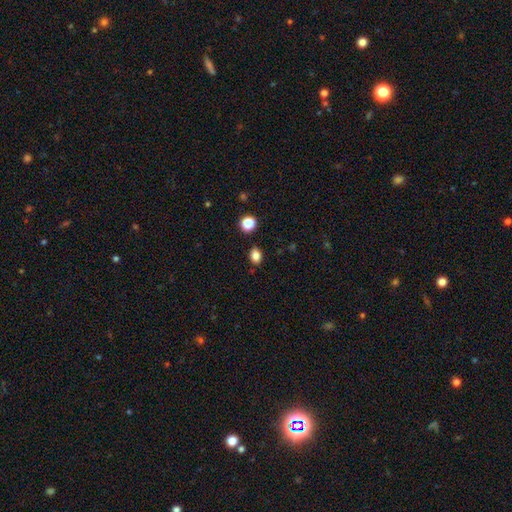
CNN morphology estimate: This is clearly a smooth galaxy (84%). How rounded: likely in between (67%). Merging: clearly none (85%).